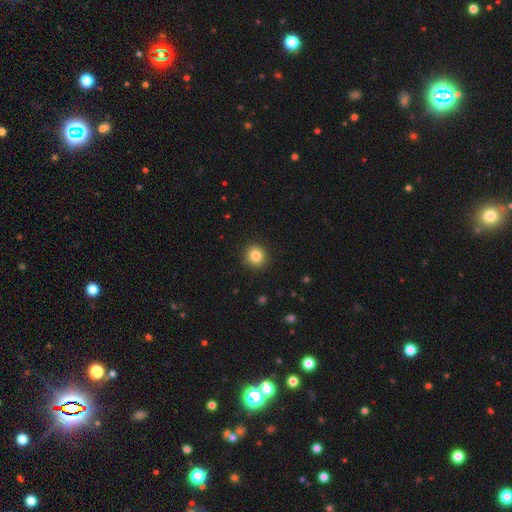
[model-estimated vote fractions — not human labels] Q: Smooth or featured?
A: smooth (84%); runner-up: star or artifact (10%)
Q: How rounded?
A: round (89%); runner-up: in between (10%)
Q: Merging?
A: none (91%); runner-up: minor disturbance (6%)